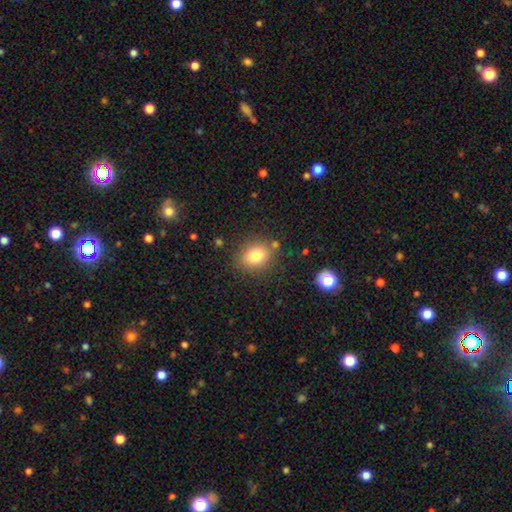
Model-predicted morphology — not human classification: A smooth galaxy with no disk features (79%) that is round (58%). Merging: none (81%).